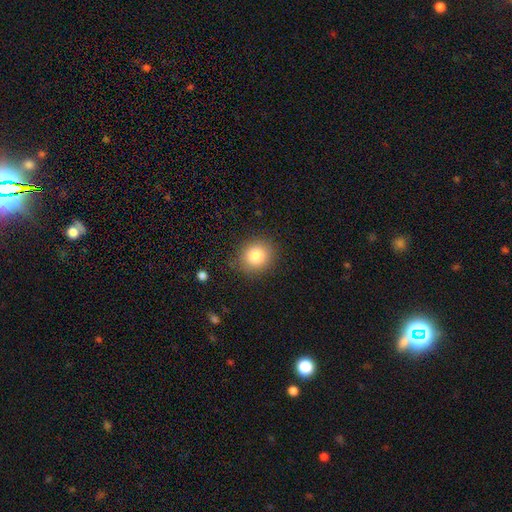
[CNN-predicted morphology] Q: Smooth or featured?
A: smooth (83%); runner-up: star or artifact (10%)
Q: How rounded?
A: round (80%); runner-up: in between (19%)
Q: Merging?
A: none (85%); runner-up: minor disturbance (11%)